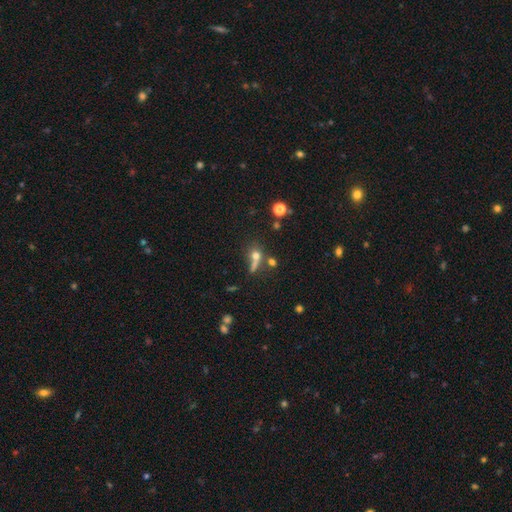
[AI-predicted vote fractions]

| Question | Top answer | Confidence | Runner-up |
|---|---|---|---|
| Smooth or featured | smooth | 63% | star or artifact (19%) |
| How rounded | round | 70% | in between (21%) |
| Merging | none | 47% | merger (28%) |